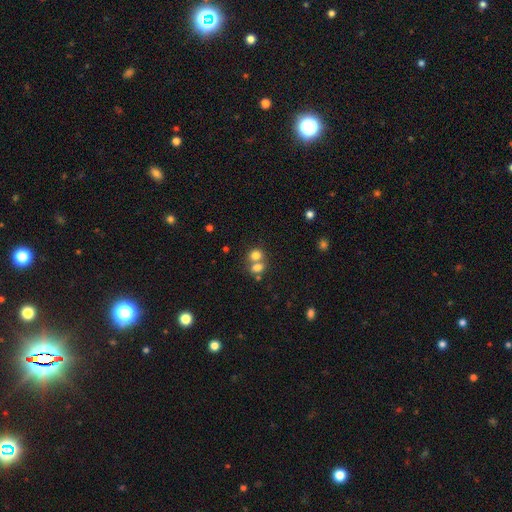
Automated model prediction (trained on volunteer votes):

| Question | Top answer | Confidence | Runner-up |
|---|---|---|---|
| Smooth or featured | smooth | 75% | star or artifact (13%) |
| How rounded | round | 61% | in between (37%) |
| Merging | merger | 58% | none (32%) |